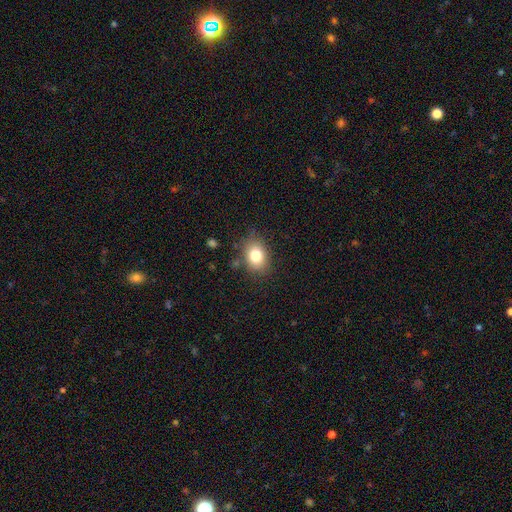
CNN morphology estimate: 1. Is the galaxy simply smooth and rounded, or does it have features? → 80% smooth, 10% star or artifact, 10% featured or disk.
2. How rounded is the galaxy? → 66% in between, 33% round, 1% cigar-shaped.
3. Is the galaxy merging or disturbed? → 80% none, 14% minor disturbance, 4% major disturbance, 2% merger.